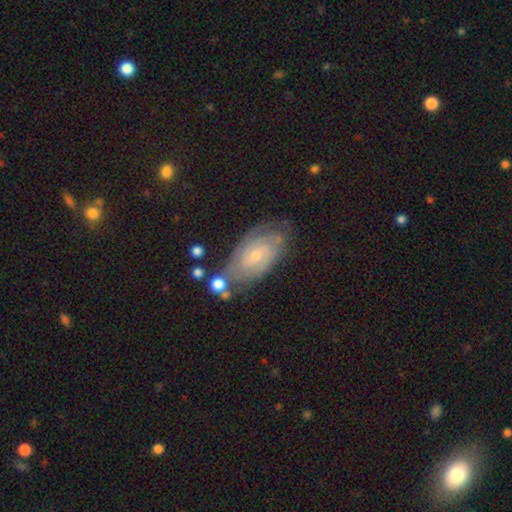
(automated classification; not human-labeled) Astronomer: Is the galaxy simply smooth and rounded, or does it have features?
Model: featured or disk — 80%.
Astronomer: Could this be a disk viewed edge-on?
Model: no — 96%.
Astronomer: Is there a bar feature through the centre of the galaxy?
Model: no — 57% (runner-up: weak, 37%).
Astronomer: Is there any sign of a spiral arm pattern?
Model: yes — 95%.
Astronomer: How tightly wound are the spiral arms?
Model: tight — 70%.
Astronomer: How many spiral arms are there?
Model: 2 — 46% (runner-up: can't tell, 28%).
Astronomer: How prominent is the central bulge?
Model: small — 68%.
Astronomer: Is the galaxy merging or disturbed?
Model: none — 63%.